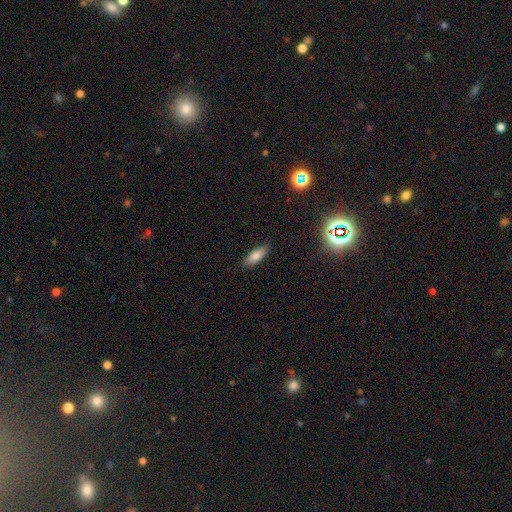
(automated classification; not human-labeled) Smooth or featured?
  - smooth: 80% *
  - featured or disk: 11%
  - star or artifact: 9%
How rounded?
  - in between: 62% *
  - cigar-shaped: 36%
  - round: 2%
Merging?
  - none: 85% *
  - minor disturbance: 11%
  - major disturbance: 2%
  - merger: 1%